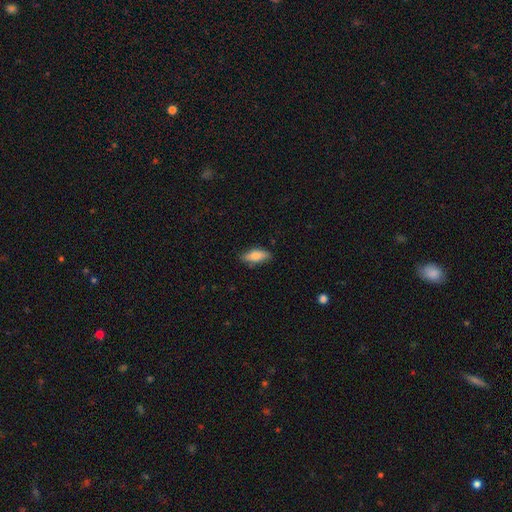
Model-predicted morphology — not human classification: A smooth galaxy with no disk features (78%) that is in between round and cigar-shaped (72%). Merging: none (81%).